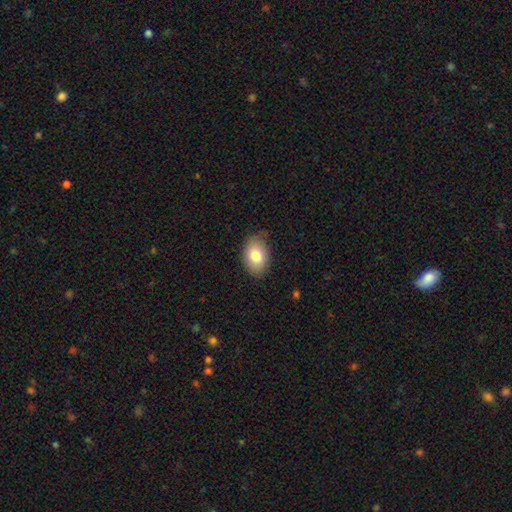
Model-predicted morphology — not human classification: A smooth galaxy with no disk features (80%) that is in between round and cigar-shaped (83%).

Vote fractions:
- Smooth or featured? smooth: 80% / featured or disk: 12% / star or artifact: 8%
- How rounded? in between: 83% / round: 16% / cigar-shaped: 1%
- Merging? none: 79% / minor disturbance: 16% / major disturbance: 3% / merger: 1%